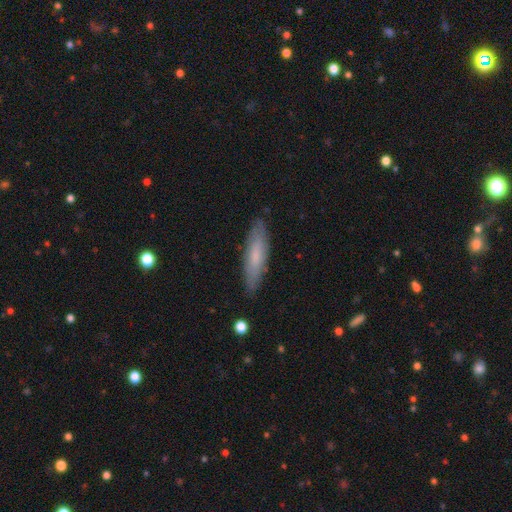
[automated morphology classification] A smooth galaxy with no disk features (64%) that is cigar-shaped (72%).

Vote fractions:
- Smooth or featured? smooth: 64% / featured or disk: 30% / star or artifact: 6%
- How rounded? cigar-shaped: 72% / in between: 27% / round: 1%
- Merging? none: 85% / minor disturbance: 12% / major disturbance: 2% / merger: 1%